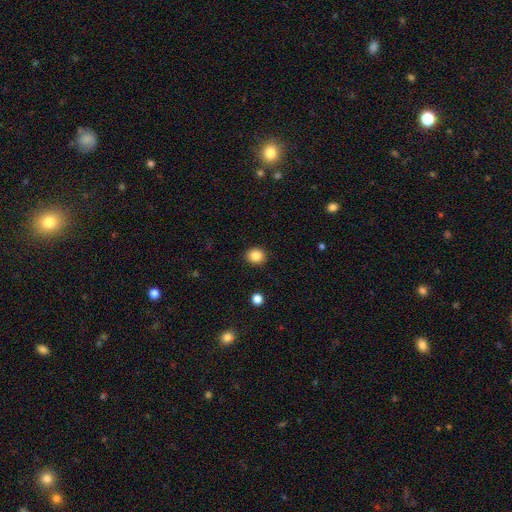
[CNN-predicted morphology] Smooth or featured? Predicted: smooth (p=0.86). How rounded? Predicted: round (p=0.79). Merging? Predicted: none (p=0.90).